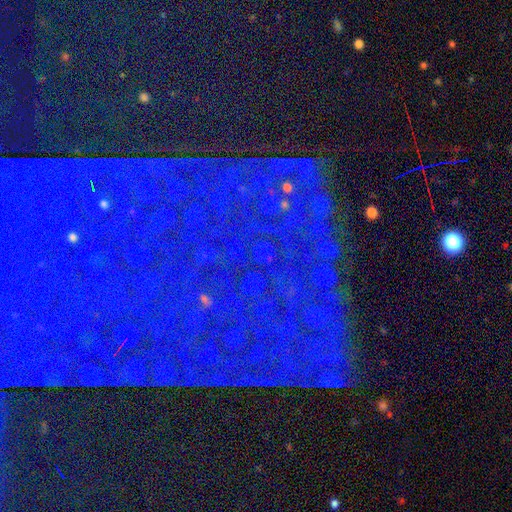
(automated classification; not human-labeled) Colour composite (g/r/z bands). It shows a star or artifact, not a galaxy (86%).